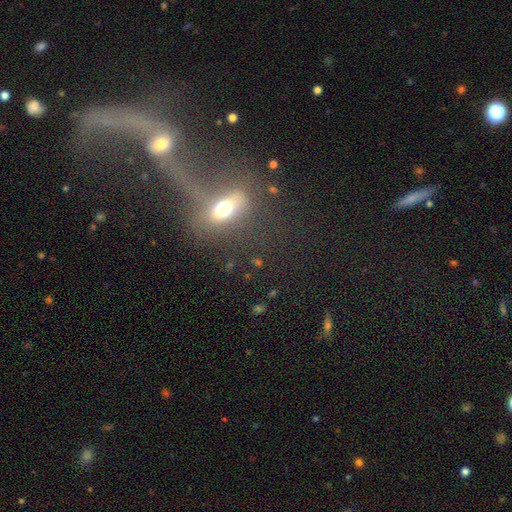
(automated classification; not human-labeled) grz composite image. It shows a smooth galaxy with no disk features (40%). Merging: merger (54%).